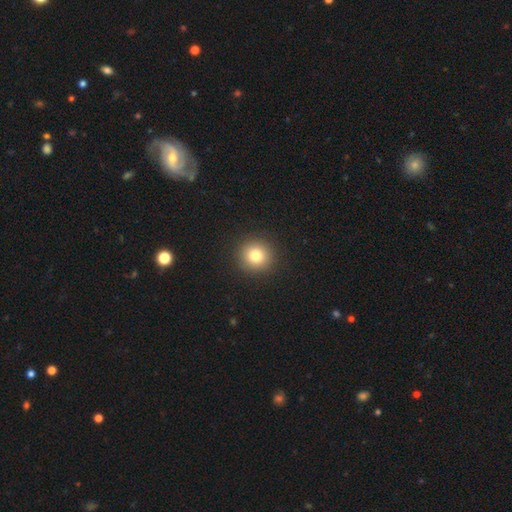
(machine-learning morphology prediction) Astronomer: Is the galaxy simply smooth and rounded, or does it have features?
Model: smooth — 81%.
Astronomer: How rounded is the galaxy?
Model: round — 93%.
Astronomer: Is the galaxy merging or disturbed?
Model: none — 92%.